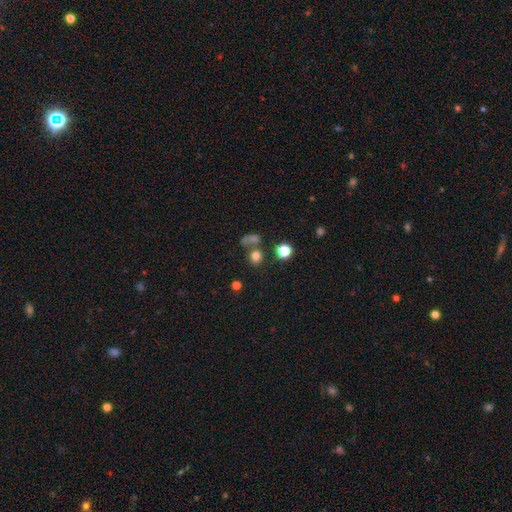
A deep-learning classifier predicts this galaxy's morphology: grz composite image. It shows a smooth galaxy with no disk features (74%) that is round (77%). Merging: none (61%).